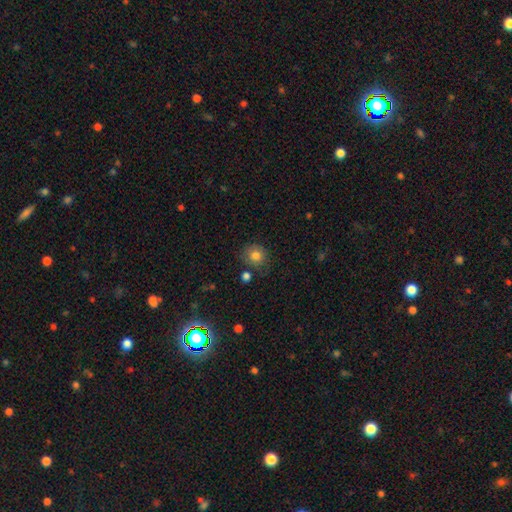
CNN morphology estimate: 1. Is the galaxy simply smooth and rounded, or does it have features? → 81% smooth, 11% star or artifact, 9% featured or disk.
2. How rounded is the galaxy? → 82% round, 17% in between, 1% cigar-shaped.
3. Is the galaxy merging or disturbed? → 74% none, 16% minor disturbance, 6% merger, 4% major disturbance.